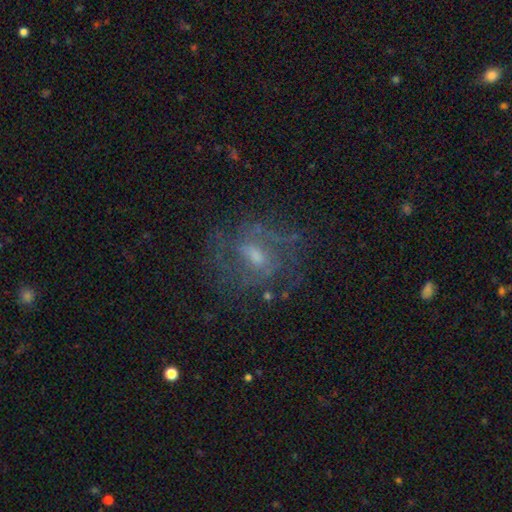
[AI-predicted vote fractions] Smooth or featured: featured or disk — 69% (smooth — 19%)
Edge-on disk: no — 96% (yes — 4%)
Bar: weak — 50% (no — 38%)
Spiral arms: yes — 73% (no — 27%)
Bulge size: moderate — 47% (small — 38%)
Merging: none — 62% (minor disturbance — 18%)